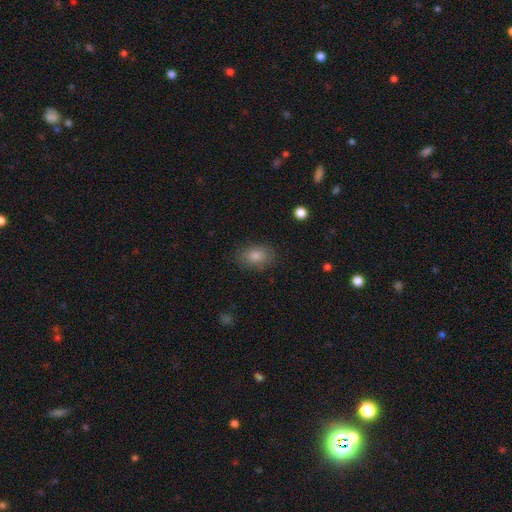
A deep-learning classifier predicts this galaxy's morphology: Smooth or featured: smooth — 81% (star or artifact — 11%)
How rounded: in between — 81% (round — 18%)
Merging: none — 86% (minor disturbance — 11%)